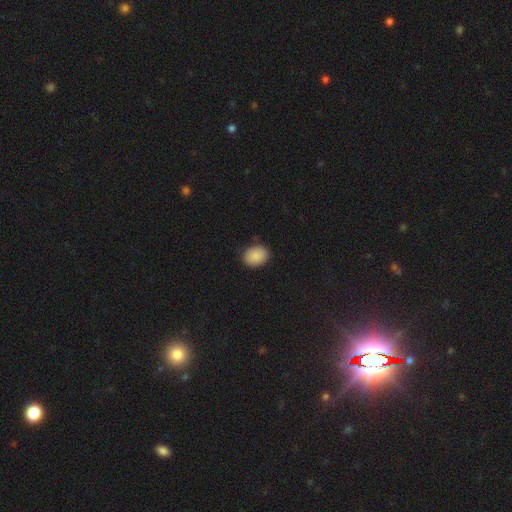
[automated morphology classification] Smooth or featured: smooth — 88% (star or artifact — 8%)
How rounded: in between — 59% (round — 40%)
Merging: none — 87% (minor disturbance — 10%)